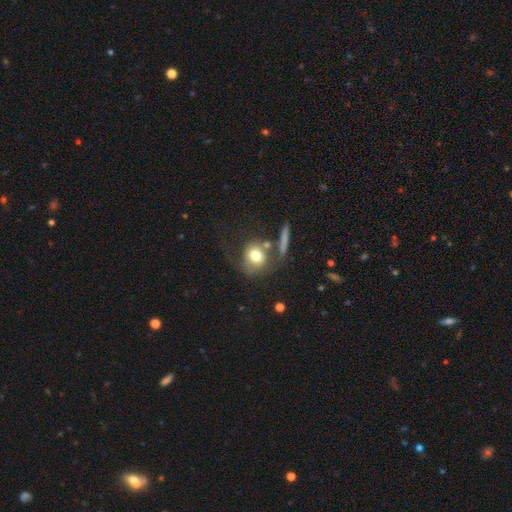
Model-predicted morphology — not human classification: Smooth or featured?
  - smooth: 70% *
  - featured or disk: 21%
  - star or artifact: 9%
How rounded?
  - round: 69% *
  - in between: 29%
  - cigar-shaped: 2%
Merging?
  - none: 44% *
  - major disturbance: 20%
  - merger: 18%
  - minor disturbance: 18%